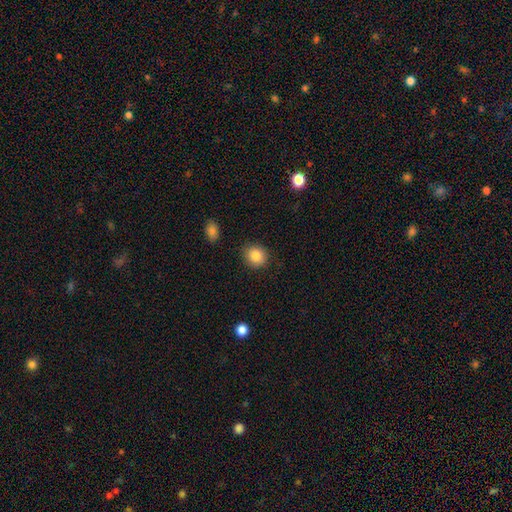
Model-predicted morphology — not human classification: A smooth galaxy with no disk features (87%) that is round (79%). Merging: none (87%).